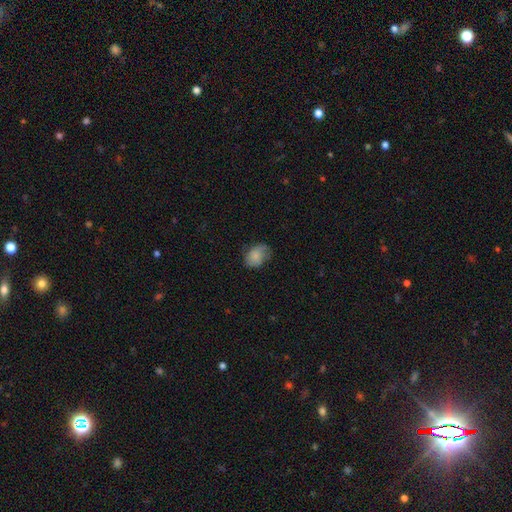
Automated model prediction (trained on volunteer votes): Smooth or featured: smooth — 73% (featured or disk — 19%)
How rounded: in between — 60% (round — 39%)
Merging: none — 55% (minor disturbance — 31%)